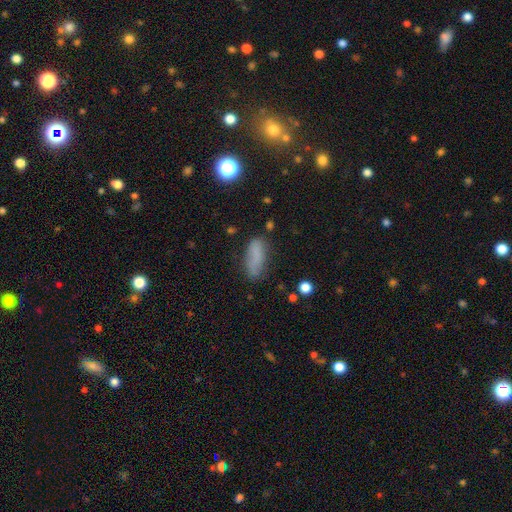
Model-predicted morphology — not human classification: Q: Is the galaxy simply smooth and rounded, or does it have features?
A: smooth — 76%.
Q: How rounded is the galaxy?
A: in between — 65%.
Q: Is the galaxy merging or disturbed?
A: none — 64%.